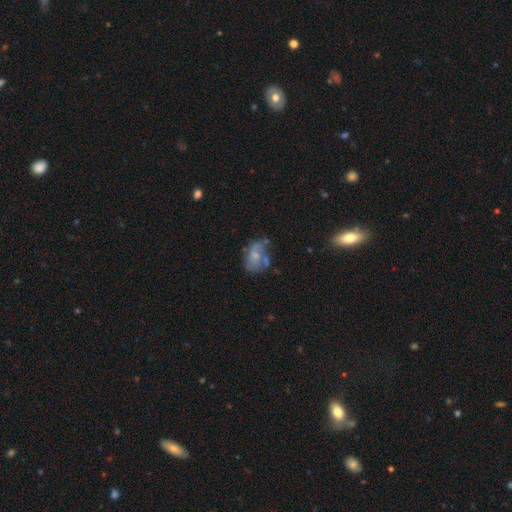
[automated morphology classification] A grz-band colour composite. It shows a smooth galaxy with no disk features (50%) that is in between round and cigar-shaped (77%). Merging: none (38%).